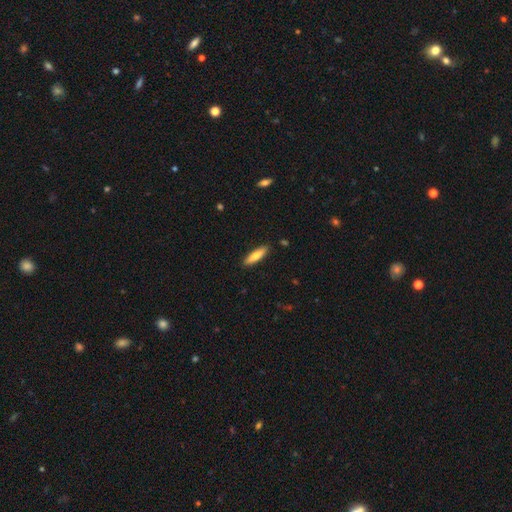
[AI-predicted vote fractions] The model was most divided on "how rounded": cigar-shaped: 70%, in between: 29%, round: 2%. More confident: merging — none (89%); smooth or featured — smooth (73%).